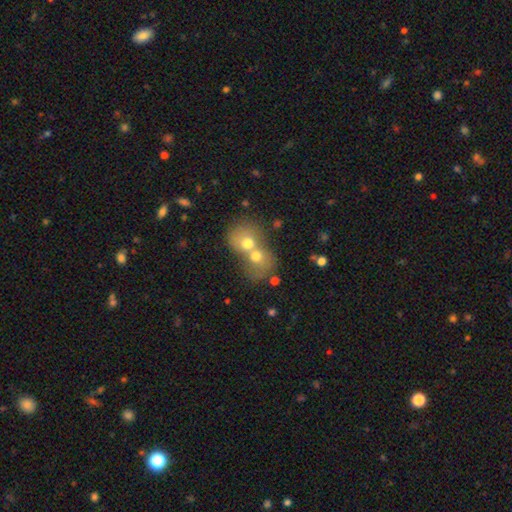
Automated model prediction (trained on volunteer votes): Morphology: type=smooth (53%); roundness=round (59%); merging=merger (63%).